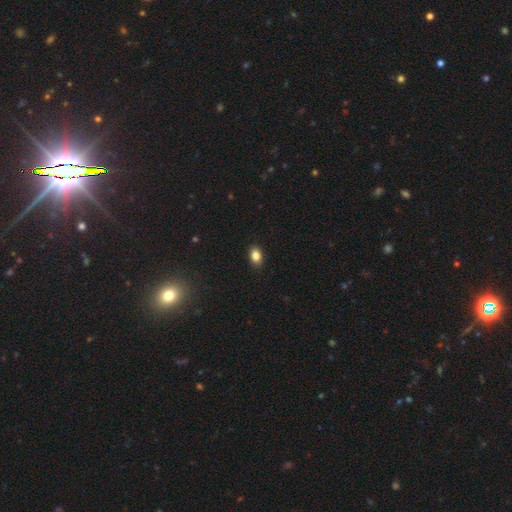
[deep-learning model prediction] A smooth galaxy with no disk features (86%) that is in between round and cigar-shaped (82%). Merging: none (89%).